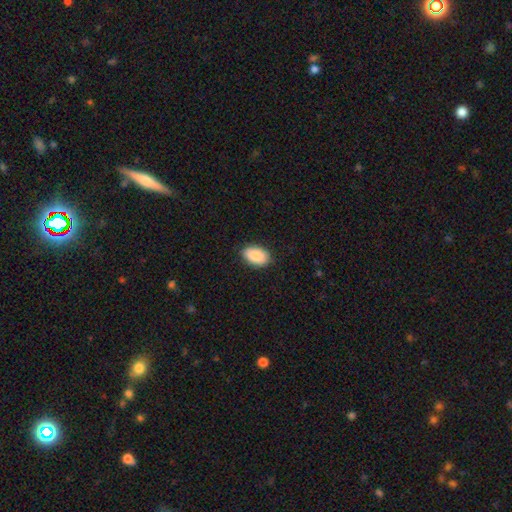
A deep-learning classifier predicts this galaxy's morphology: Smooth or featured? smooth (88%)
How rounded? in between (92%)
Merging? none (87%)